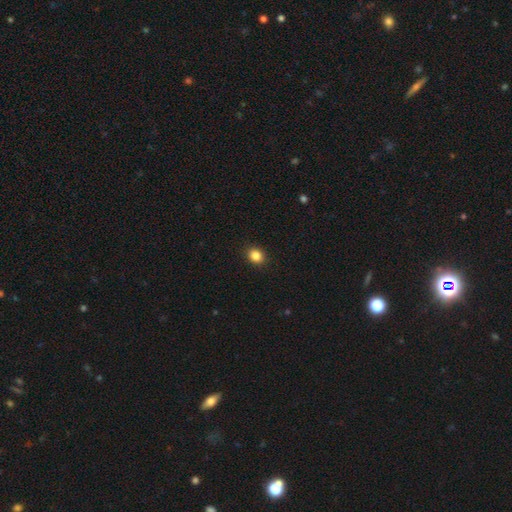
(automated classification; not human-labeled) The model was most divided on "how rounded": round: 68%, in between: 31%, cigar-shaped: 1%. More confident: merging — none (91%); smooth or featured — smooth (85%).